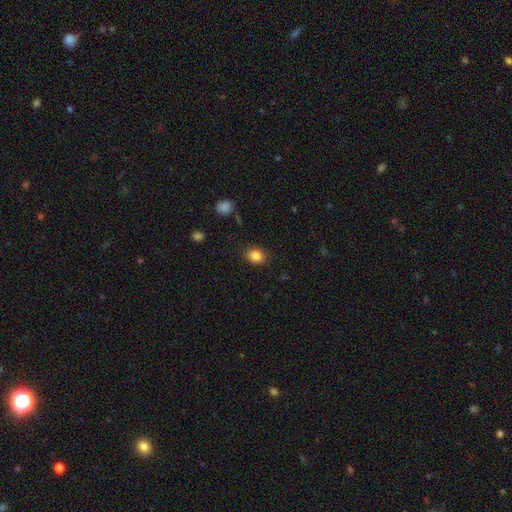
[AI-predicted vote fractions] The model was most divided on "how rounded": in between: 57%, round: 42%, cigar-shaped: 1%. More confident: smooth or featured — smooth (86%); merging — none (85%).